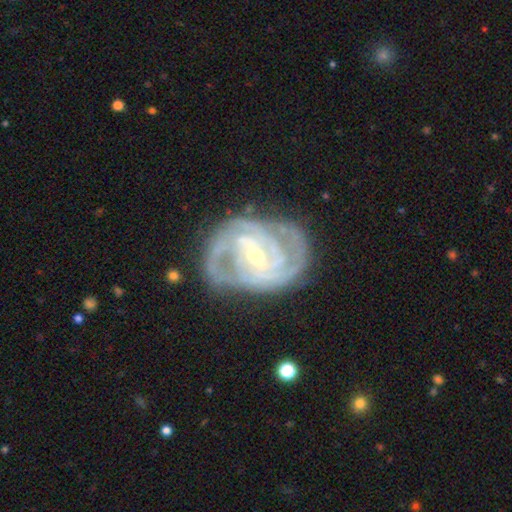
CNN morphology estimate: type=featured or disk (90%); edge-on=no (97%); bar=weak (46%); spiral arms=yes (97%); winding=tight (60%); arm count=2 (29%); bulge=small (58%); merging=none (71%).